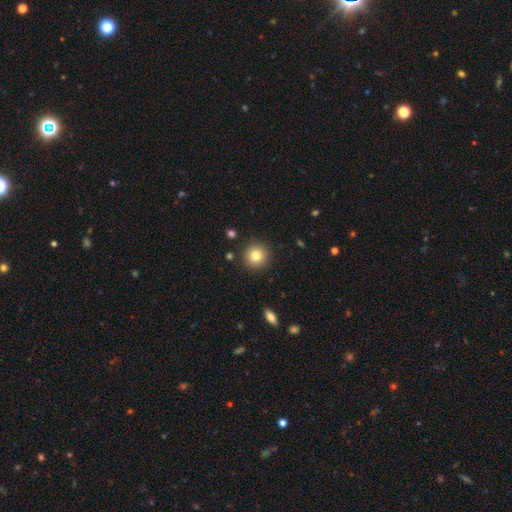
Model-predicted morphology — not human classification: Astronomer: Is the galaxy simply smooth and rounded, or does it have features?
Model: smooth — 80%.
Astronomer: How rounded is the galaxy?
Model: round — 95%.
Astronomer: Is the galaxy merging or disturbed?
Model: none — 91%.